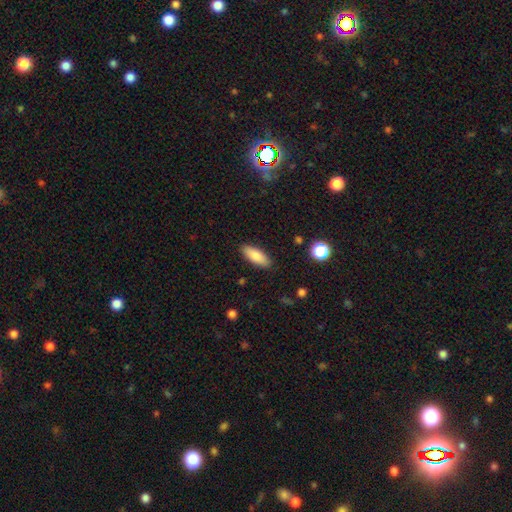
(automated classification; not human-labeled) smooth_or_featured: smooth (p=0.83) [alt: featured or disk p=0.11]
how_rounded: in between (p=0.70) [alt: cigar-shaped p=0.28]
merging: none (p=0.88) [alt: minor disturbance p=0.09]